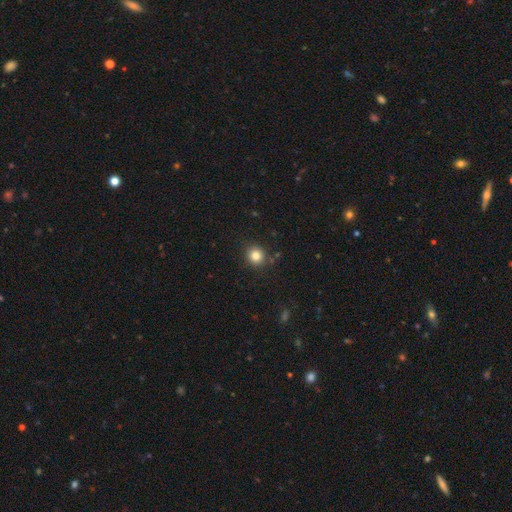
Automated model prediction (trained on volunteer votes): Smooth or featured? smooth (82%)
How rounded? round (90%)
Merging? none (87%)